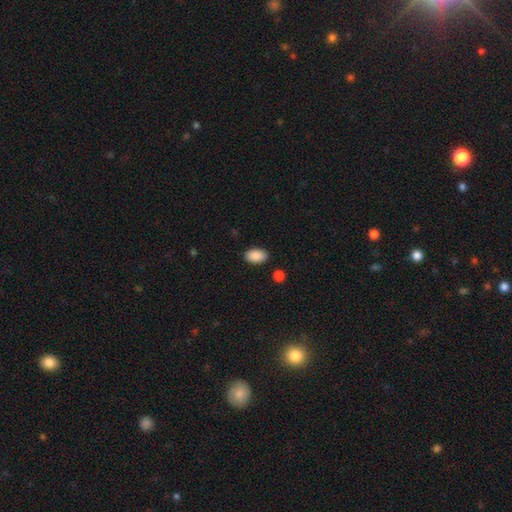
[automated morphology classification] Smooth or featured? smooth (90%)
How rounded? in between (93%)
Merging? none (87%)